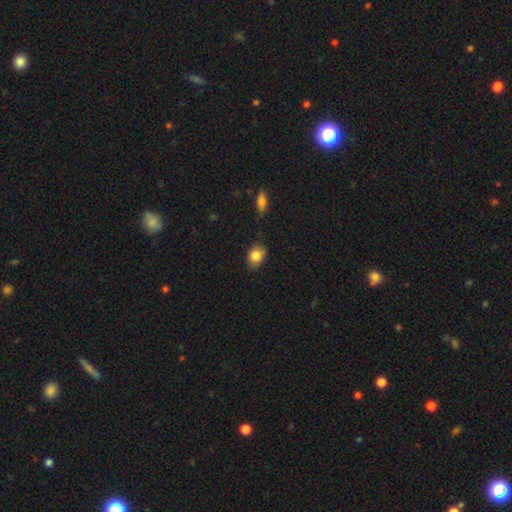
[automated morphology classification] This is clearly a smooth galaxy (84%). How rounded: likely in between (64%). Merging: likely none (78%).